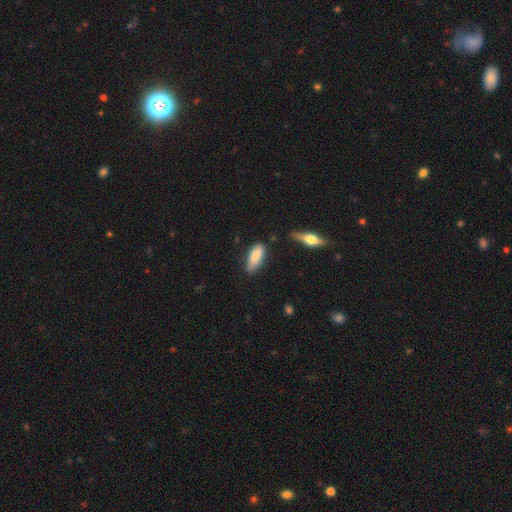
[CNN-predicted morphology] Smooth or featured?
  - smooth: 82% *
  - featured or disk: 12%
  - star or artifact: 6%
How rounded?
  - in between: 72% *
  - cigar-shaped: 26%
  - round: 2%
Merging?
  - none: 65% *
  - minor disturbance: 26%
  - major disturbance: 5%
  - merger: 5%